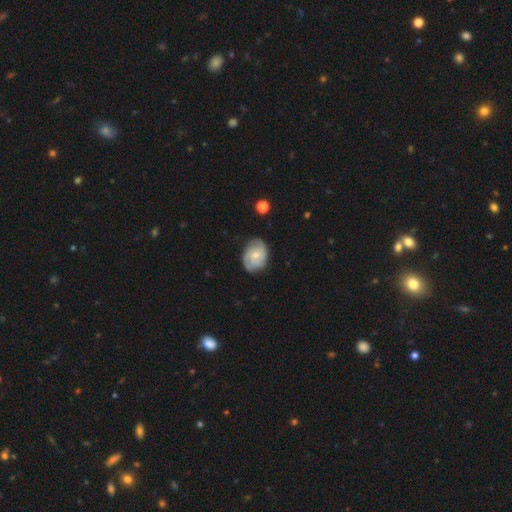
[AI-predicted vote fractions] This appears to be a featured or disk galaxy (51%). Merging: none (70%).